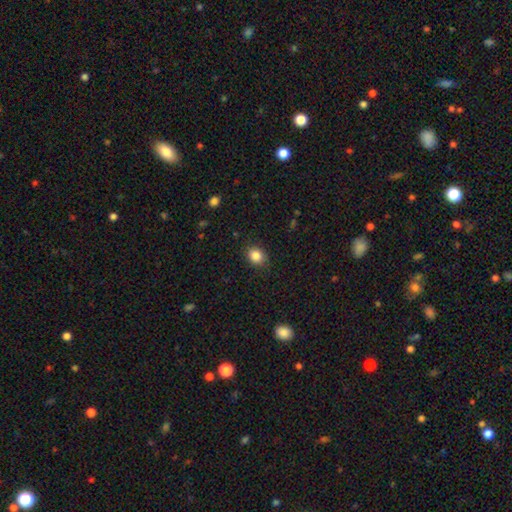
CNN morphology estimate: Q: Smooth or featured?
A: smooth (86%); runner-up: star or artifact (10%)
Q: How rounded?
A: round (59%); runner-up: in between (40%)
Q: Merging?
A: none (88%); runner-up: minor disturbance (9%)